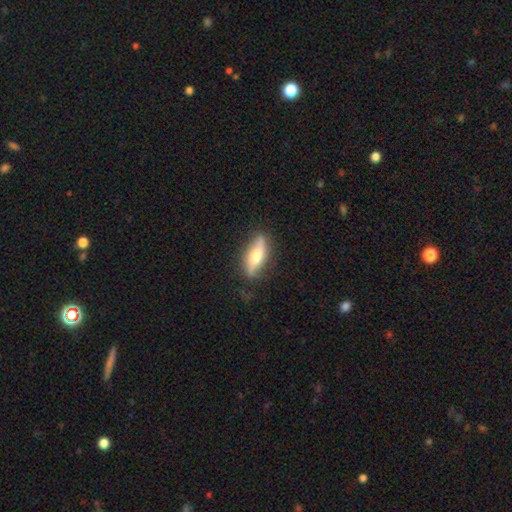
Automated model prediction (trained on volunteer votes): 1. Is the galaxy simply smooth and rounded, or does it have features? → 48% smooth, 46% featured or disk, 6% star or artifact.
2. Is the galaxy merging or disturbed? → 78% none, 16% minor disturbance, 4% major disturbance, 2% merger.